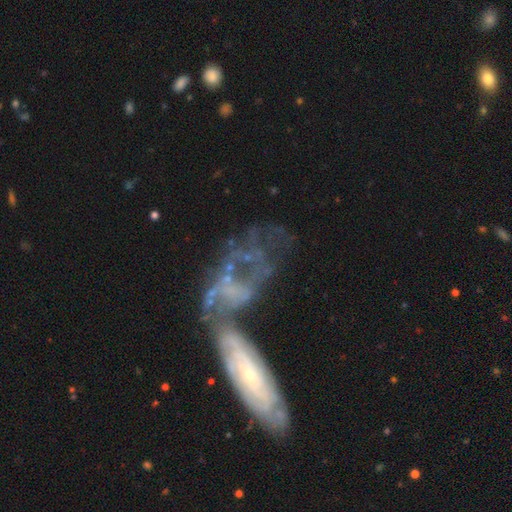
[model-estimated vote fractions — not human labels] The model was most divided on "merging": merger: 48%, major disturbance: 28%, none: 16%, minor disturbance: 9%. More confident: edge-on disk — no (95%); bar — no (81%); bulge size — none (74%); spiral arms — no (71%); smooth or featured — featured or disk (63%).